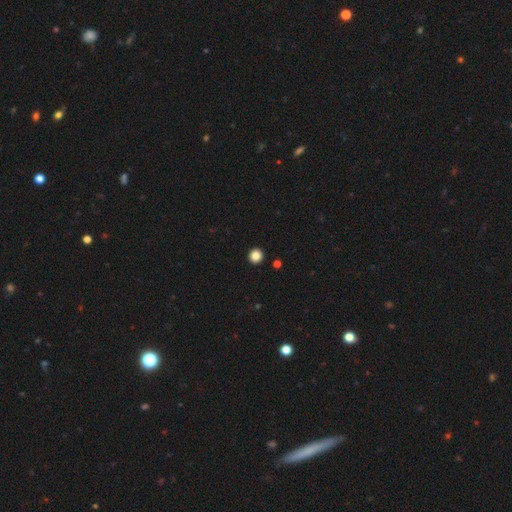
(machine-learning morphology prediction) Smooth or featured: smooth — 85% (star or artifact — 11%)
How rounded: round — 94% (in between — 5%)
Merging: none — 94% (minor disturbance — 4%)